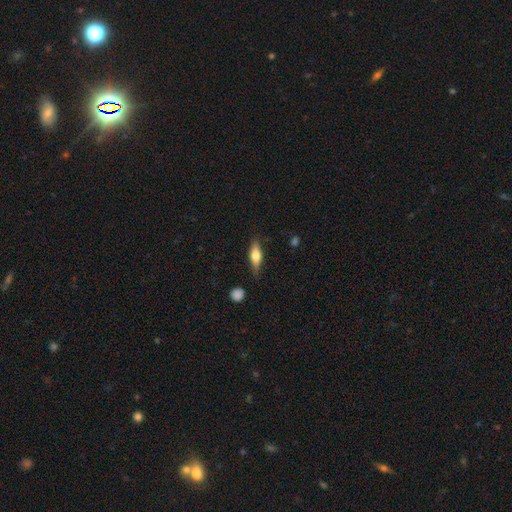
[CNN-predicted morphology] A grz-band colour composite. It shows a smooth galaxy with no disk features (55%) that is in between round and cigar-shaped (49%). Merging: none (80%).